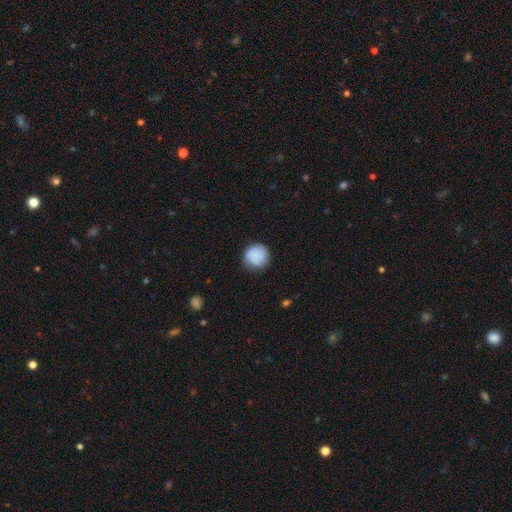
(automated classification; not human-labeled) This appears to be a smooth galaxy with no disk features (83%) that is round (93%). Merging: none (81%).